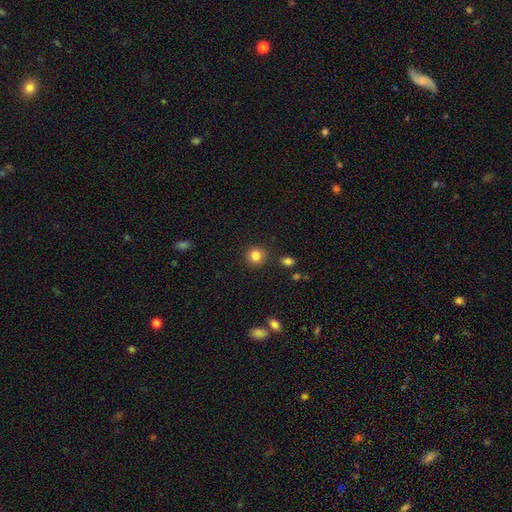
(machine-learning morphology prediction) A smooth galaxy with no disk features (84%) that is round (91%).

Vote fractions:
- Smooth or featured? smooth: 84% / star or artifact: 10% / featured or disk: 6%
- How rounded? round: 91% / in between: 8% / cigar-shaped: 1%
- Merging? none: 88% / minor disturbance: 7% / merger: 3% / major disturbance: 2%